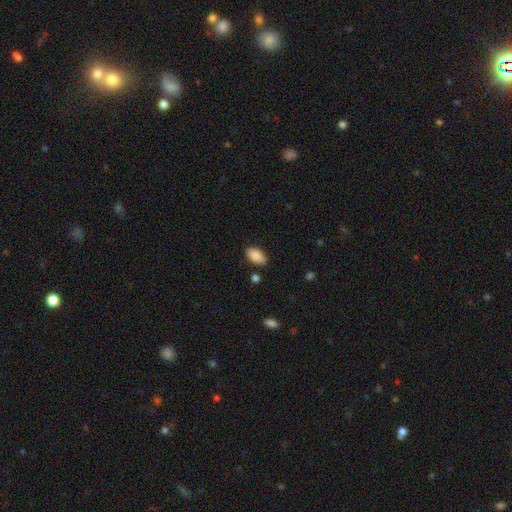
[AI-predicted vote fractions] Smooth or featured? Predicted: smooth (p=0.88). How rounded? Predicted: in between (p=0.94). Merging? Predicted: none (p=0.84).